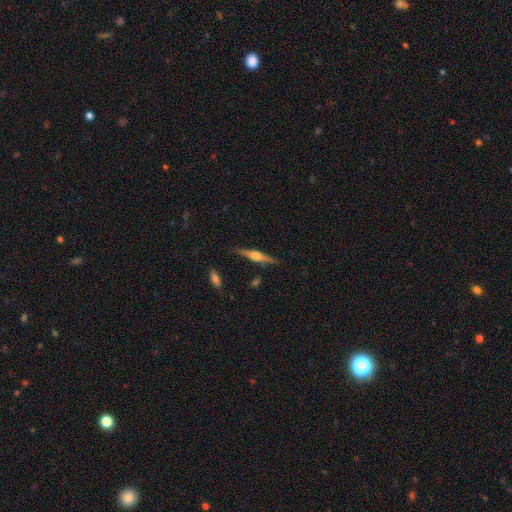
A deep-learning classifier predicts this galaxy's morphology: A featured or disk galaxy (73%) viewed edge-on (98%) with a rounded central bulge (86%). Merging: none (87%).